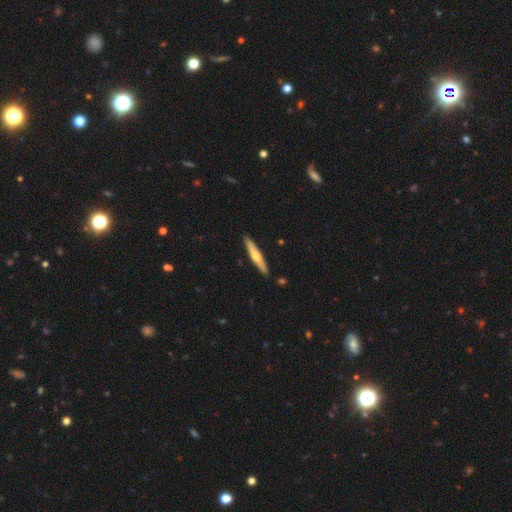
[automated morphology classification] A smooth galaxy with no disk features (48%).

Vote fractions:
- Smooth or featured? smooth: 48% / featured or disk: 46% / star or artifact: 5%
- Merging? none: 89% / minor disturbance: 8% / merger: 2% / major disturbance: 1%